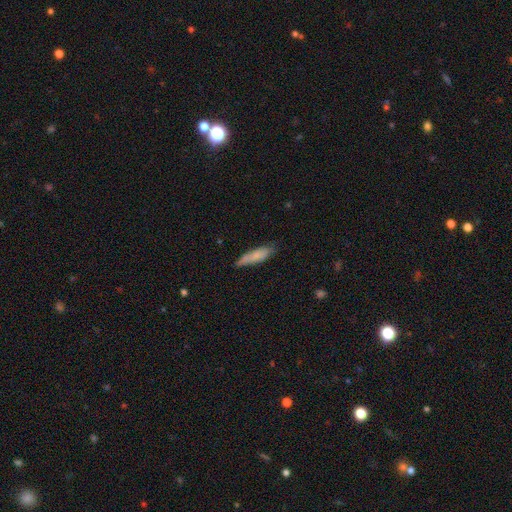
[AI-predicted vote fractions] Morphology: type=smooth (76%); roundness=cigar-shaped (67%); merging=none (69%).